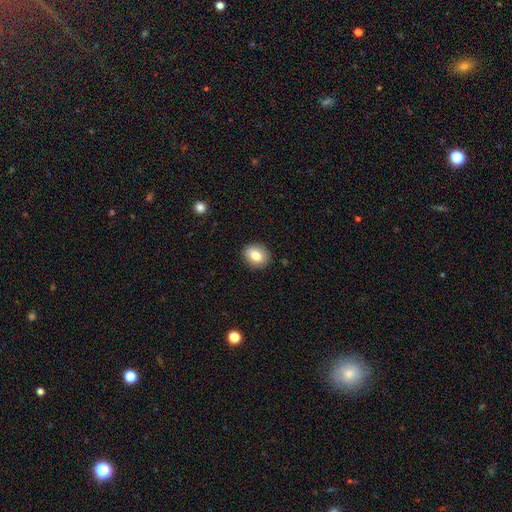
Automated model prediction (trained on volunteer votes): smooth-or-featured: smooth: 81% | featured or disk: 10% | star or artifact: 8%
  how-rounded: in between: 52% | round: 47% | cigar-shaped: 1%
  merging: none: 88% | minor disturbance: 8% | major disturbance: 2% | merger: 1%